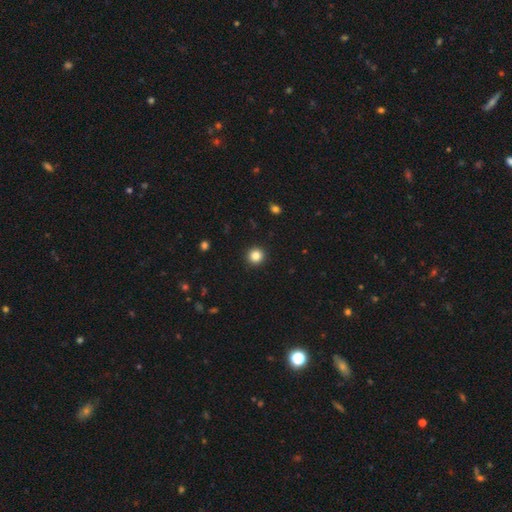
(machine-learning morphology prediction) Smooth or featured? smooth (85%)
How rounded? round (95%)
Merging? none (93%)